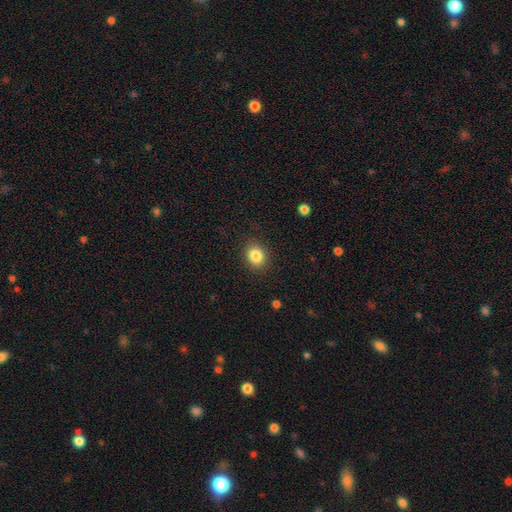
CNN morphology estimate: A smooth galaxy with no disk features (85%) that is round (63%). Merging: none (88%).